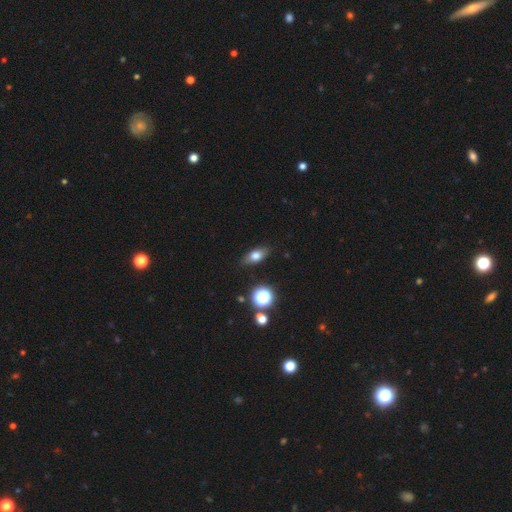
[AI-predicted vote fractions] smooth_or_featured: smooth (p=0.72) [alt: featured or disk p=0.17]
how_rounded: in between (p=0.77) [alt: cigar-shaped p=0.12]
merging: none (p=0.84) [alt: minor disturbance p=0.11]